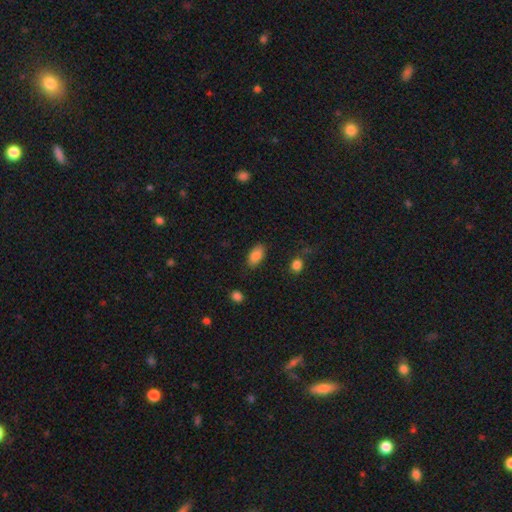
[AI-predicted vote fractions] Smooth or featured?
  - smooth: 86% *
  - star or artifact: 8%
  - featured or disk: 6%
How rounded?
  - in between: 92% *
  - round: 4%
  - cigar-shaped: 3%
Merging?
  - none: 83% *
  - minor disturbance: 12%
  - major disturbance: 3%
  - merger: 2%